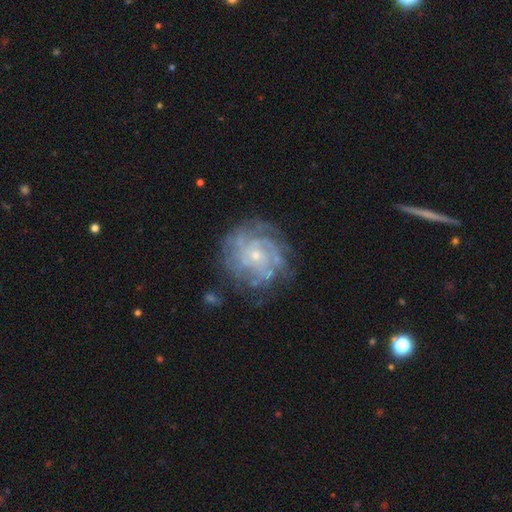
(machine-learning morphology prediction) Q: Smooth or featured?
A: featured or disk (81%); runner-up: smooth (11%)
Q: Edge-on disk?
A: no (98%); runner-up: yes (2%)
Q: Bar?
A: no (78%); runner-up: weak (18%)
Q: Spiral arms?
A: yes (87%); runner-up: no (13%)
Q: Spiral winding?
A: tight (69%); runner-up: medium (24%)
Q: Spiral arm count?
A: can't tell (46%); runner-up: 4 (16%)
Q: Bulge size?
A: small (72%); runner-up: moderate (23%)
Q: Merging?
A: none (71%); runner-up: minor disturbance (17%)